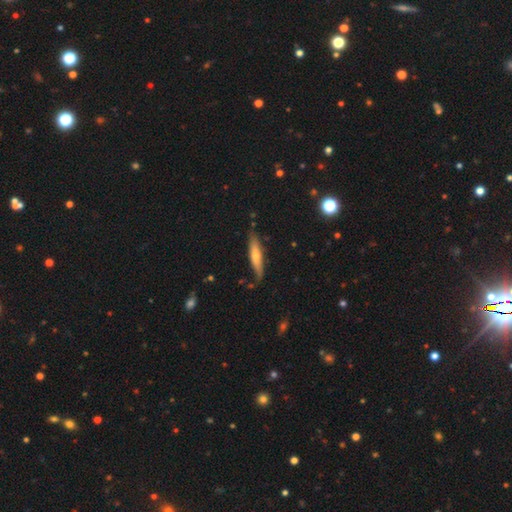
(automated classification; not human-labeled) Q: Smooth or featured?
A: smooth (57%); runner-up: featured or disk (37%)
Q: How rounded?
A: cigar-shaped (83%); runner-up: in between (15%)
Q: Merging?
A: none (79%); runner-up: minor disturbance (16%)